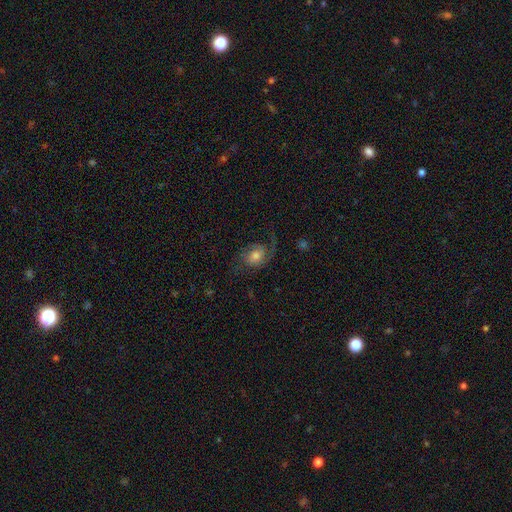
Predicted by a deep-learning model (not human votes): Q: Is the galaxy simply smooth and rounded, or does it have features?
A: featured or disk — 69%.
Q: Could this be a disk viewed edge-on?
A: no — 97%.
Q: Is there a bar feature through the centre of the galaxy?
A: no — 68%.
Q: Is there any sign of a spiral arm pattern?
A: yes — 94%.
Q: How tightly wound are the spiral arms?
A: loose — 47%.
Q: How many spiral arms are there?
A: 2 — 69%.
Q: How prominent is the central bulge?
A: moderate — 58%.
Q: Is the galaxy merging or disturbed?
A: none — 60%.